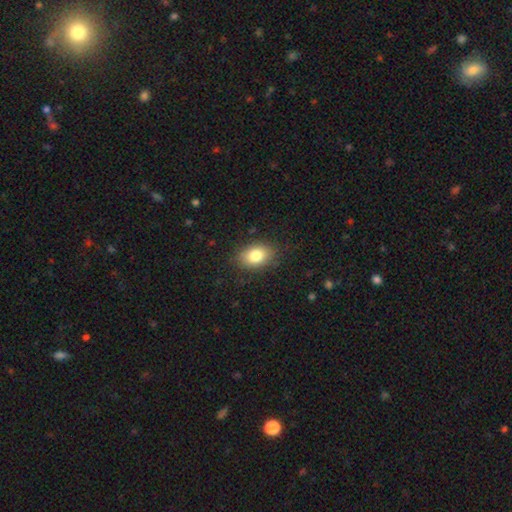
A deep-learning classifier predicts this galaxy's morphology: The model was most divided on "how rounded": in between: 80%, round: 19%, cigar-shaped: 1%. More confident: merging — none (85%); smooth or featured — smooth (82%).